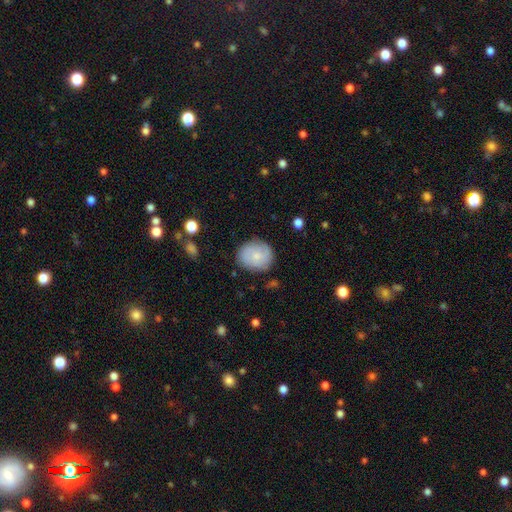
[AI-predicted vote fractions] A smooth galaxy with no disk features (70%) that is round (65%). Merging: none (79%).